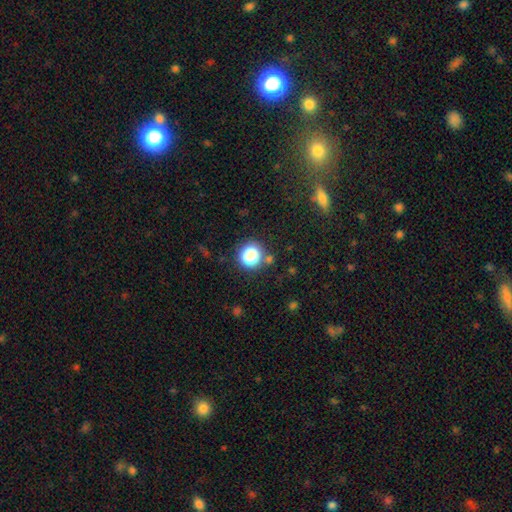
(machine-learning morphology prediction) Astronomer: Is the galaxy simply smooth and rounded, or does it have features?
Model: smooth — 81%.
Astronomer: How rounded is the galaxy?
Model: round — 90%.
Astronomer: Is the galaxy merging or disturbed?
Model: none — 82%.